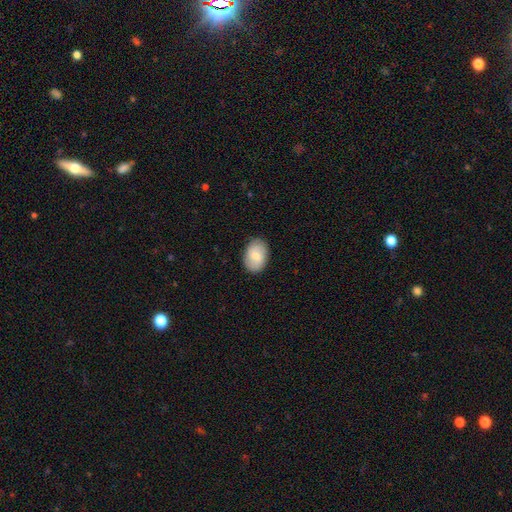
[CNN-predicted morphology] This is likely a smooth galaxy (72%). How rounded: clearly in between (83%). Merging: clearly none (85%).